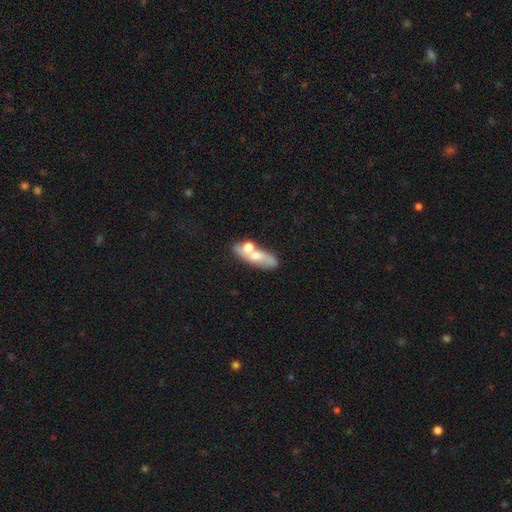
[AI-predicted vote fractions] Smooth or featured? smooth (49%)
Merging? none (41%)